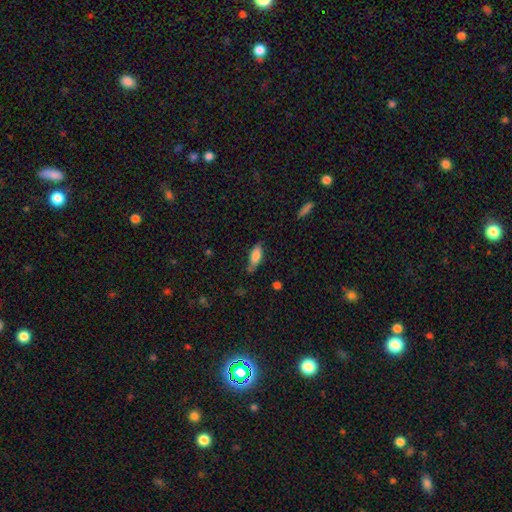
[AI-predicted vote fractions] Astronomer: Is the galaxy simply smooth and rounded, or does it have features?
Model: smooth — 79%.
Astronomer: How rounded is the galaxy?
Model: in between — 71%.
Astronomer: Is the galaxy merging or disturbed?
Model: none — 64%.